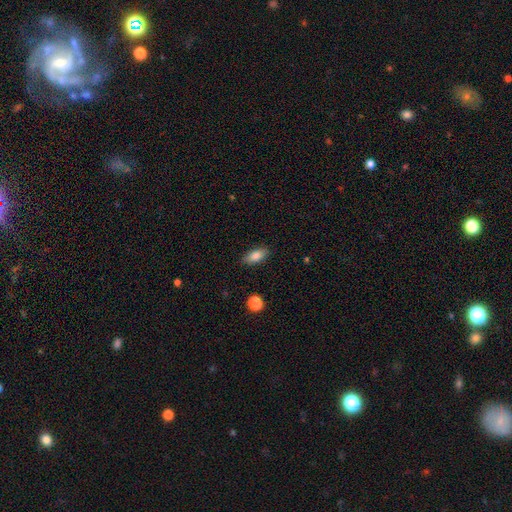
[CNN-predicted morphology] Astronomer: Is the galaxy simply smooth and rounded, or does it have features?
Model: smooth — 83%.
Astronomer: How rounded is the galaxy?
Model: in between — 83%.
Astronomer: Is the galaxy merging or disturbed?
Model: none — 86%.